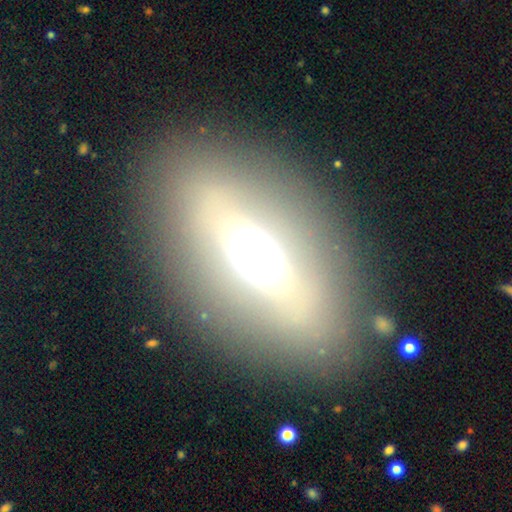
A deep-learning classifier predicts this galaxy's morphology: The model was most divided on "smooth or featured": featured or disk: 47%, smooth: 35%, star or artifact: 17%. More confident: merging — none (77%).